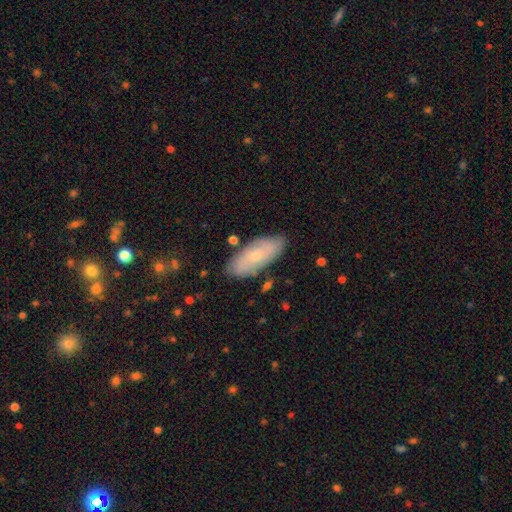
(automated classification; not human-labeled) smooth_or_featured: smooth (p=0.48) [alt: featured or disk p=0.45]
merging: none (p=0.82) [alt: minor disturbance p=0.13]